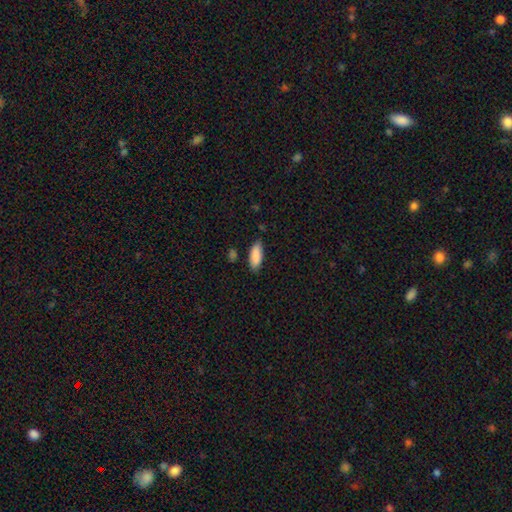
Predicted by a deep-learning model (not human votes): A smooth galaxy with no disk features (88%) that is in between round and cigar-shaped (79%). Merging: none (82%).